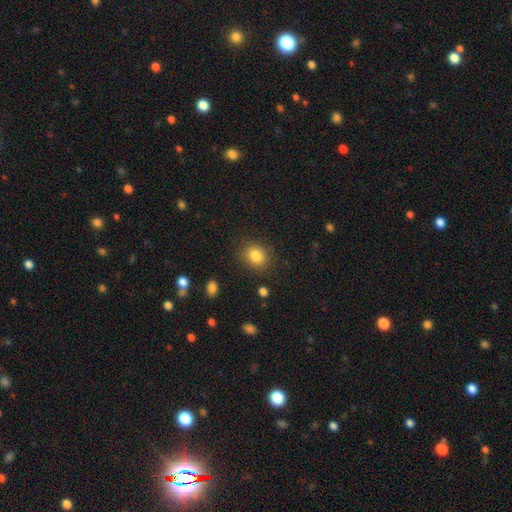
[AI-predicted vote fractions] Smooth or featured: smooth — 84% (star or artifact — 10%)
How rounded: round — 63% (in between — 36%)
Merging: none — 84% (minor disturbance — 11%)